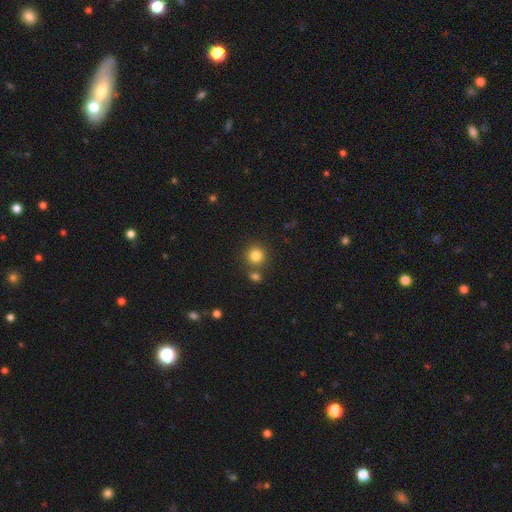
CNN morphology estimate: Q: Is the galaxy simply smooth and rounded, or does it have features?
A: smooth — 82%.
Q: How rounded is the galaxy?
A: round — 92%.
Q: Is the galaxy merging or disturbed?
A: none — 73%.